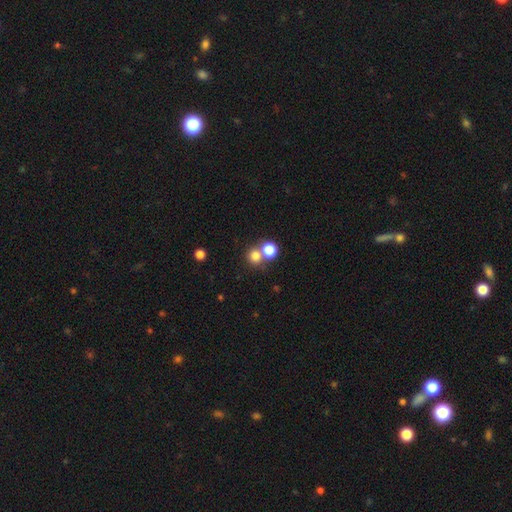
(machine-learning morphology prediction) Smooth or featured? Predicted: smooth (p=0.78). How rounded? Predicted: round (p=0.88). Merging? Predicted: none (p=0.54).